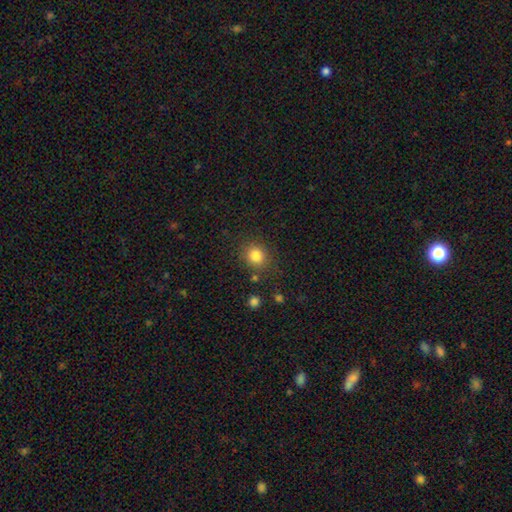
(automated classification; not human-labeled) Morphology: type=smooth (83%); roundness=round (79%); merging=none (81%).